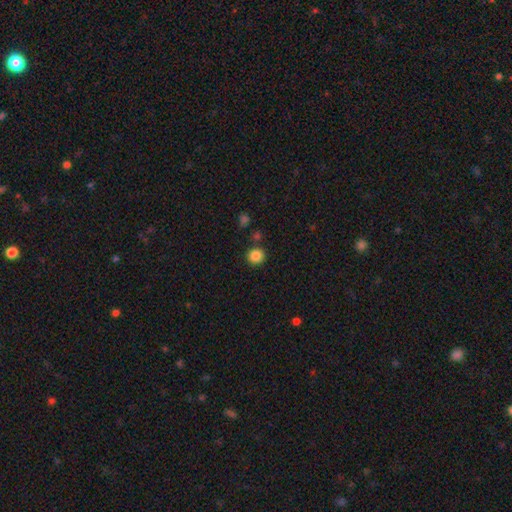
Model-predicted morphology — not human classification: type=smooth (86%); roundness=round (90%); merging=none (85%).